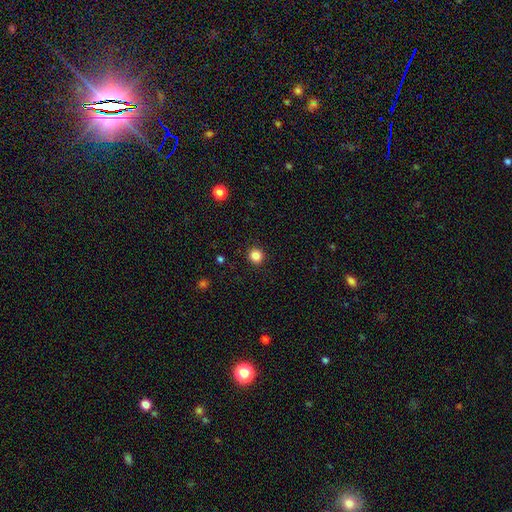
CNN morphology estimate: Smooth or featured? smooth (85%)
How rounded? round (93%)
Merging? none (92%)